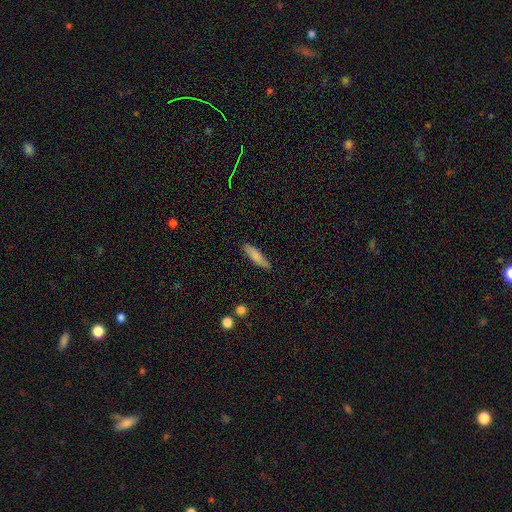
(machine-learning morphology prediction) smooth 82%, featured or disk 12%, star or artifact 7%. Down the decision tree: how rounded — cigar-shaped (70%); merging — none (84%).